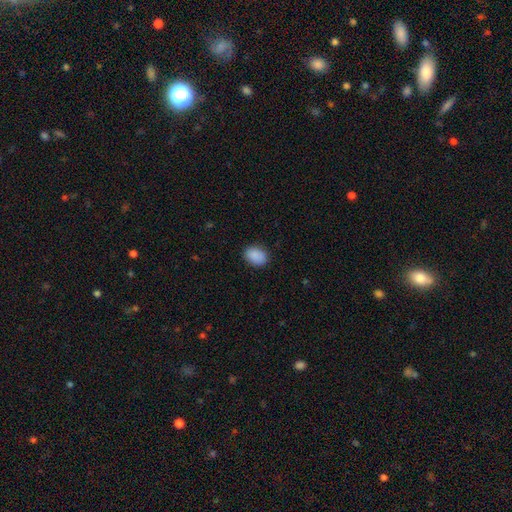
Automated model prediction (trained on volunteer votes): The model was most divided on "how rounded": in between: 75%, round: 23%, cigar-shaped: 1%. More confident: smooth or featured — smooth (90%); merging — none (86%).